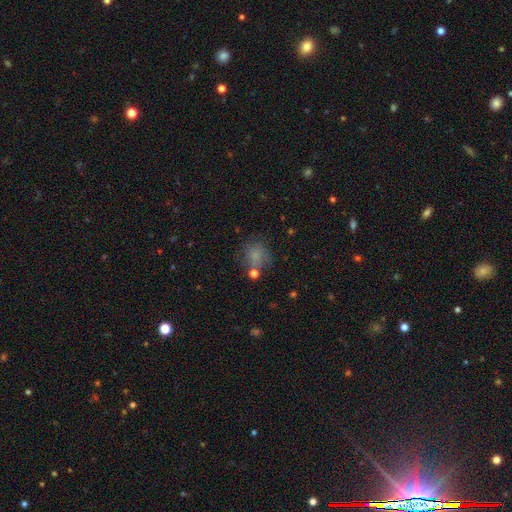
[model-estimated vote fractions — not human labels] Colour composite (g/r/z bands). It shows a smooth galaxy with no disk features (70%) that is round (73%). Merging: none (57%).